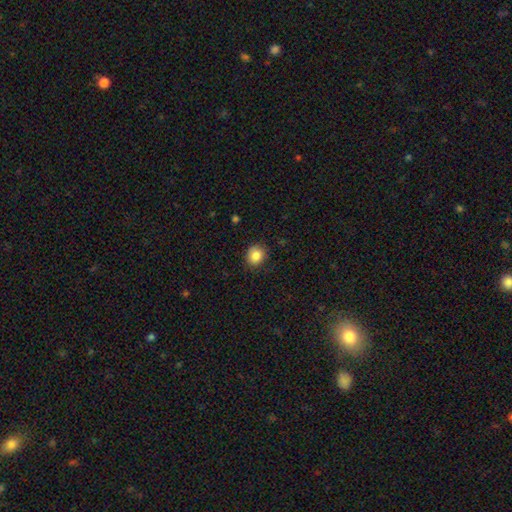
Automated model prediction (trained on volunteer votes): This appears to be a smooth galaxy with no disk features (86%) that is round (78%). Merging: none (84%).